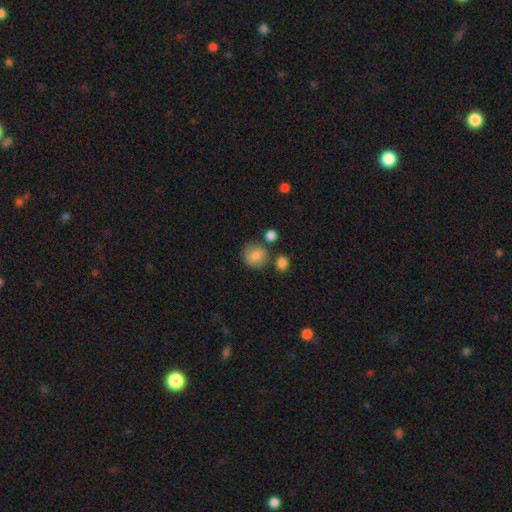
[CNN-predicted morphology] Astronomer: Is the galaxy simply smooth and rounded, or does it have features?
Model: smooth — 80%.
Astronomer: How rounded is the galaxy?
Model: round — 86%.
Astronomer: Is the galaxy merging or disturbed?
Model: none — 72%.